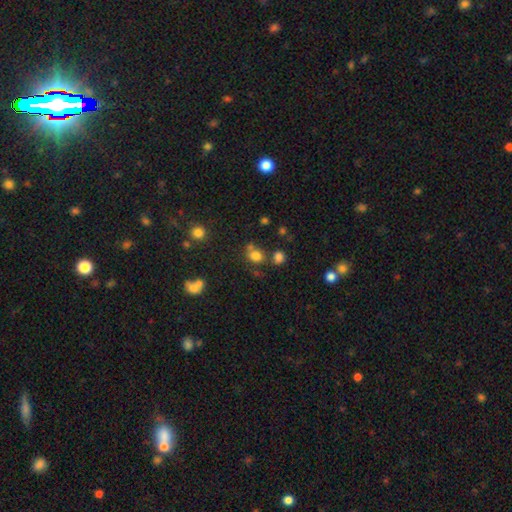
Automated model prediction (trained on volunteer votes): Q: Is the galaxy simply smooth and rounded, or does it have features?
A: smooth — 77%.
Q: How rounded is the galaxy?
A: round — 56%.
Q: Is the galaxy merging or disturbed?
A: none — 59%.